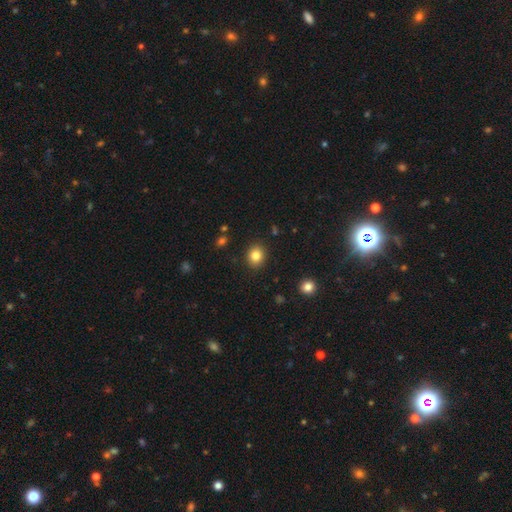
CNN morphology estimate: Smooth or featured? smooth (83%)
How rounded? round (72%)
Merging? none (90%)